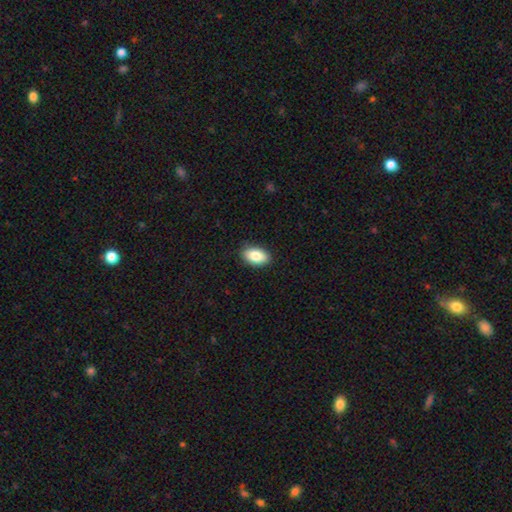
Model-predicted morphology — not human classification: Q: Smooth or featured?
A: smooth (86%); runner-up: featured or disk (7%)
Q: How rounded?
A: in between (92%); runner-up: round (7%)
Q: Merging?
A: none (88%); runner-up: minor disturbance (9%)